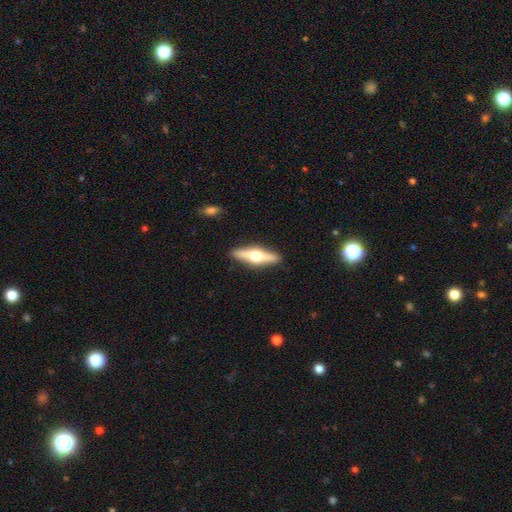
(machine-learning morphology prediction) smooth_or_featured: featured or disk (p=0.62) [alt: smooth p=0.32]
disk_edge_on: yes (p=0.96) [alt: no p=0.04]
edge_on_bulge: rounded (p=0.95) [alt: boxy p=0.03]
merging: none (p=0.90) [alt: minor disturbance p=0.07]